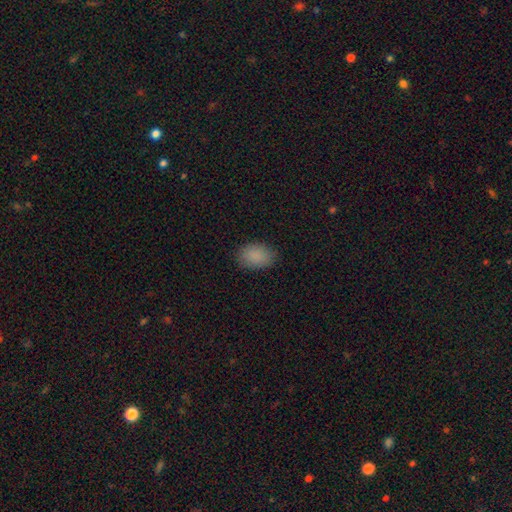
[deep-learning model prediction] This appears to be a smooth galaxy with no disk features (88%) that is in between round and cigar-shaped (84%). Merging: none (84%).